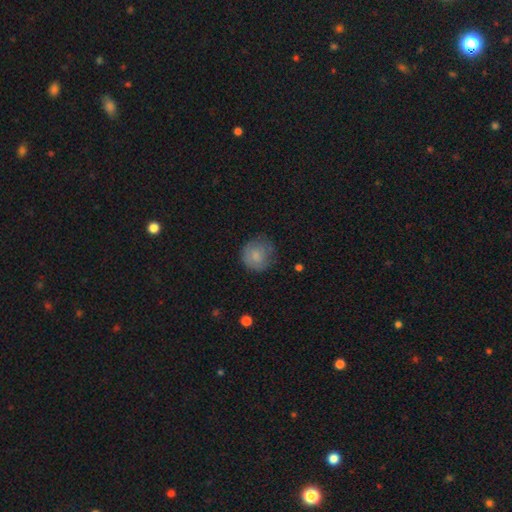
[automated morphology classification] type=smooth (77%); roundness=round (89%); merging=none (68%).